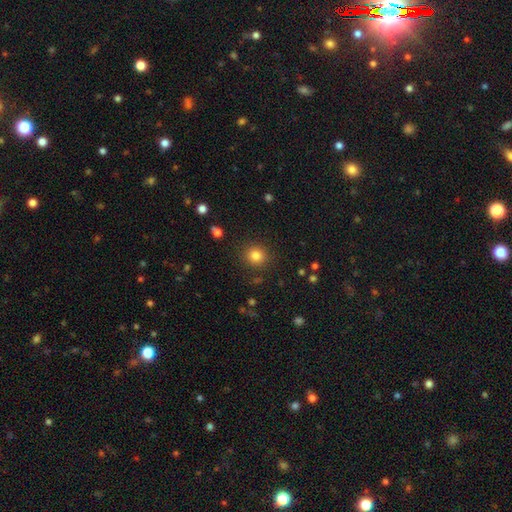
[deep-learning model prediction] Overall: smooth (82%). How rounded: round (90%). Merging: none (89%).